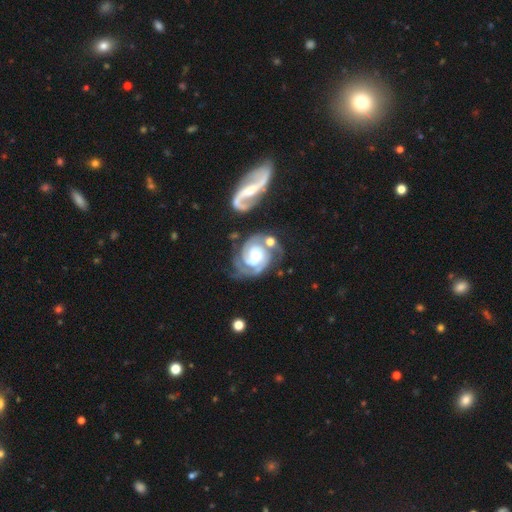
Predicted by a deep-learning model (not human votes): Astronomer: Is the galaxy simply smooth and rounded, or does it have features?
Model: featured or disk — 89%.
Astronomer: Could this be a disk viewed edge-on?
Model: no — 98%.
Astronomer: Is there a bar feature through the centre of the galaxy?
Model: no — 64%.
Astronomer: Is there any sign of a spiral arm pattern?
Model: yes — 97%.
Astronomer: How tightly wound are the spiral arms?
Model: tight — 63%.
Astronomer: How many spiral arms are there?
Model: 2 — 50%.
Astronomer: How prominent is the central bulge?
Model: moderate — 50% (runner-up: small, 34%).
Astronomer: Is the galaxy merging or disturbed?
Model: none — 51%.